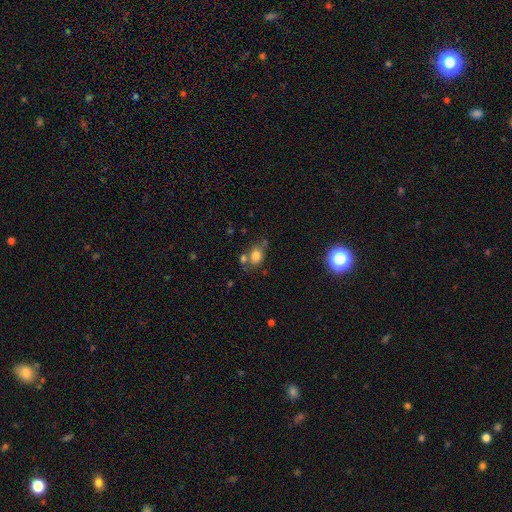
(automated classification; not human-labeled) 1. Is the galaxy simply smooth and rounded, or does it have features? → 78% smooth, 11% star or artifact, 11% featured or disk.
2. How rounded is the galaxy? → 63% in between, 35% round, 2% cigar-shaped.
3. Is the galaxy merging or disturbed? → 51% none, 24% merger, 18% minor disturbance, 7% major disturbance.